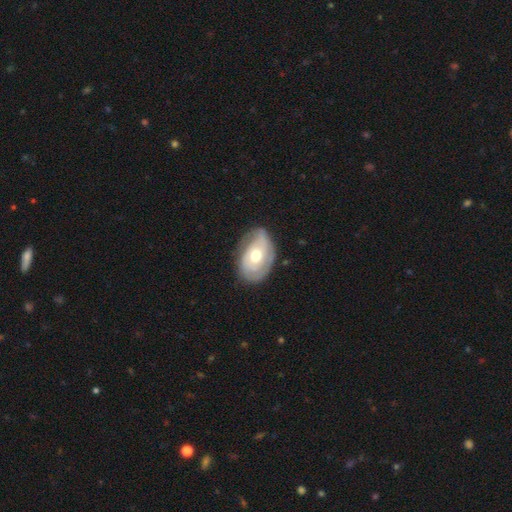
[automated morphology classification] This appears to be a featured or disk galaxy (66%) with no bar (78%), spiral arms (71%) and a moderate central bulge (75%). Merging: none (68%).